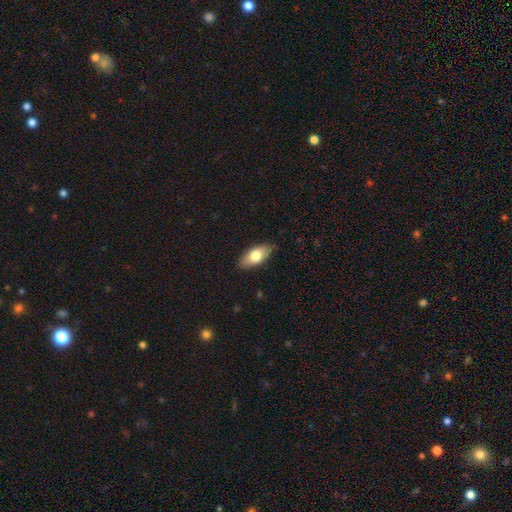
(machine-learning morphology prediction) A smooth galaxy with no disk features (73%) that is in between round and cigar-shaped (86%).

Vote fractions:
- Smooth or featured? smooth: 73% / featured or disk: 21% / star or artifact: 6%
- How rounded? in between: 86% / cigar-shaped: 11% / round: 3%
- Merging? none: 85% / minor disturbance: 11% / major disturbance: 2% / merger: 1%